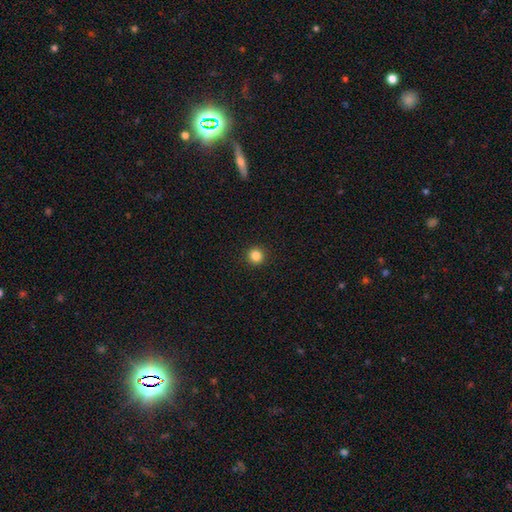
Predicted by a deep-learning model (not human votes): Overall: smooth (84%). How rounded: round (95%). Merging: none (94%).